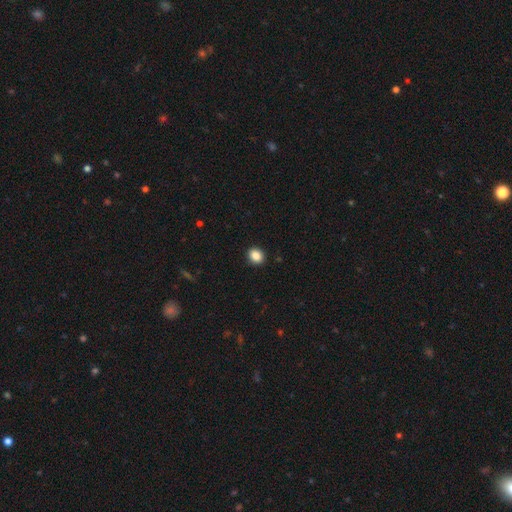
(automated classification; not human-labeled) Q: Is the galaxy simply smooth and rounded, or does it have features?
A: smooth — 87%.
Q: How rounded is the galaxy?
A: round — 53%.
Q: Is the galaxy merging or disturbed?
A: none — 92%.